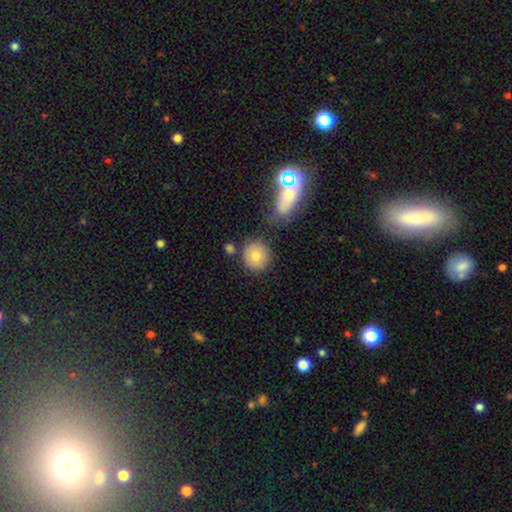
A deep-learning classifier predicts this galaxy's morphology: A smooth galaxy with no disk features (78%) that is round (88%). Merging: none (75%).